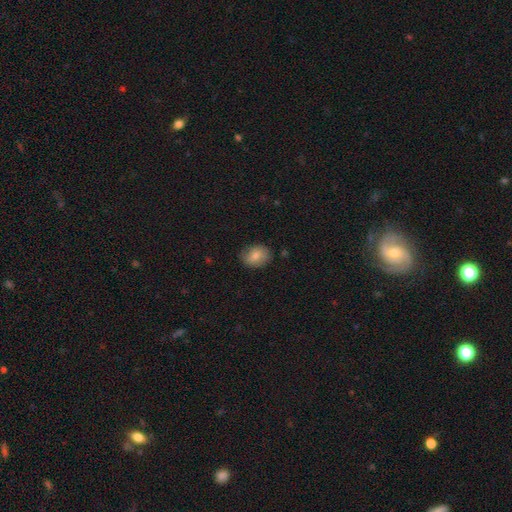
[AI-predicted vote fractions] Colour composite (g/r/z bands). It shows a smooth galaxy with no disk features (78%) that is in between round and cigar-shaped (60%). Merging: none (81%).